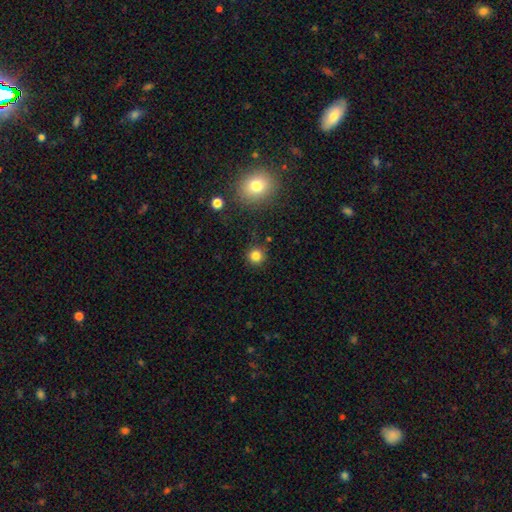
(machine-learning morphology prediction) type=smooth (83%); roundness=round (93%); merging=none (88%).